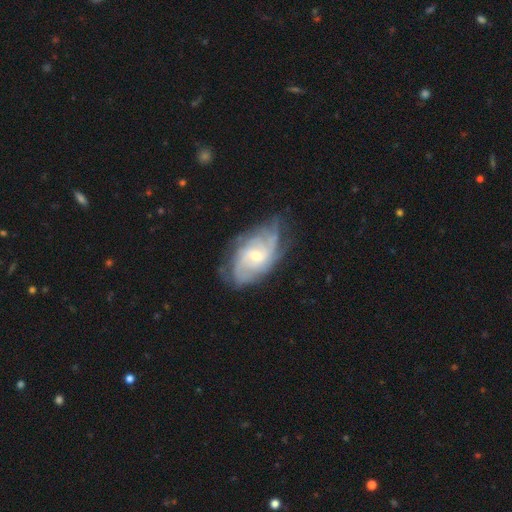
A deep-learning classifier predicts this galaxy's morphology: Smooth or featured: featured or disk — 83% (smooth — 10%)
Edge-on disk: no — 96% (yes — 4%)
Bar: no — 59% (weak — 35%)
Spiral arms: yes — 95% (no — 5%)
Spiral winding: tight — 55% (medium — 34%)
Spiral arm count: can't tell — 38% (2 — 19%)
Bulge size: small — 56% (moderate — 40%)
Merging: none — 68% (minor disturbance — 22%)